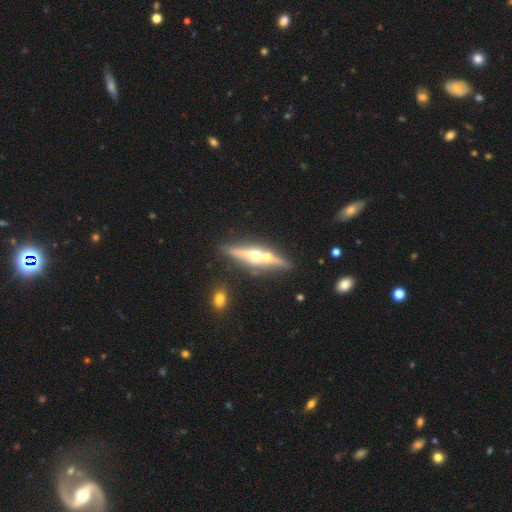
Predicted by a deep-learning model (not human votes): smooth_or_featured: featured or disk (p=0.73) [alt: smooth p=0.19]
disk_edge_on: yes (p=0.93) [alt: no p=0.07]
edge_on_bulge: rounded (p=0.95) [alt: boxy p=0.03]
merging: none (p=0.65) [alt: merger p=0.21]